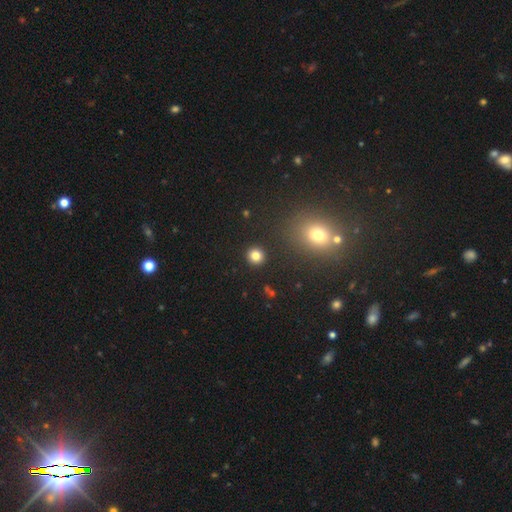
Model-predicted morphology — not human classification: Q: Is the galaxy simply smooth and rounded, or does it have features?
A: smooth — 82%.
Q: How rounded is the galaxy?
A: round — 91%.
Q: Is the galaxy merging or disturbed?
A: none — 92%.